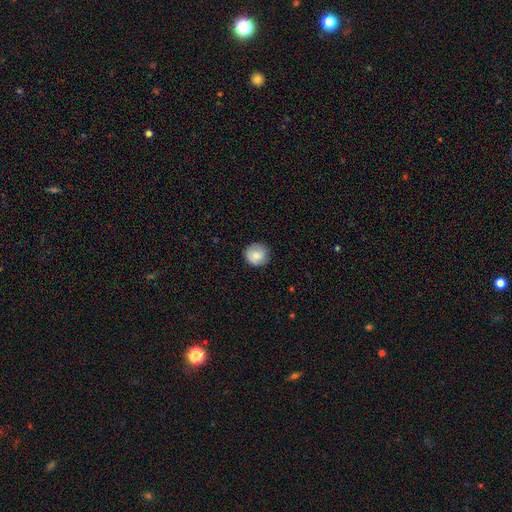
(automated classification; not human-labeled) smooth-or-featured: smooth: 81% | featured or disk: 11% | star or artifact: 8%
  how-rounded: round: 94% | in between: 5% | cigar-shaped: 1%
  merging: none: 88% | minor disturbance: 9% | major disturbance: 2% | merger: 1%